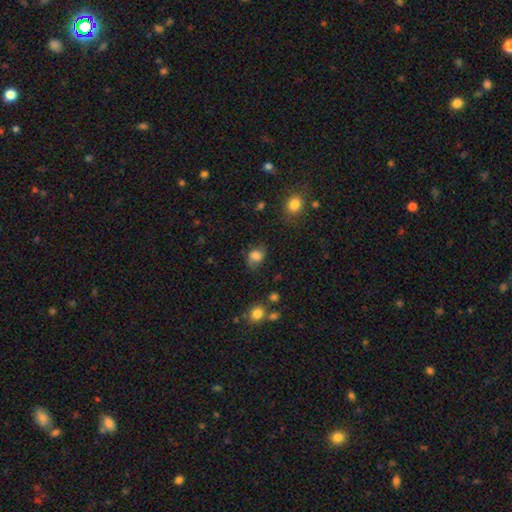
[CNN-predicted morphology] Overall: smooth (72%). How rounded: in between (54%; round 45%). Merging: none (62%; minor disturbance 26%).